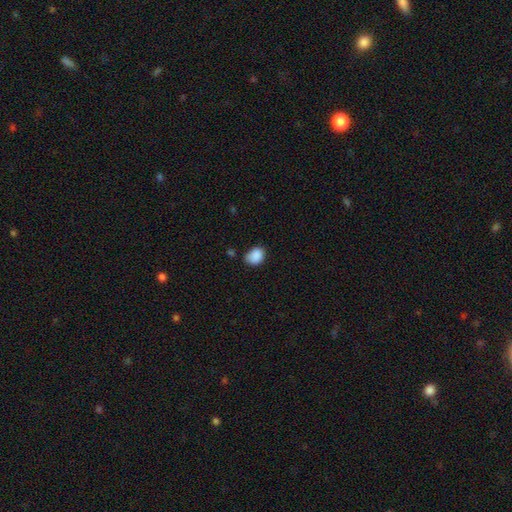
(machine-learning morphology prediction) Smooth or featured: smooth — 87% (star or artifact — 9%)
How rounded: in between — 59% (round — 40%)
Merging: none — 56% (minor disturbance — 32%)